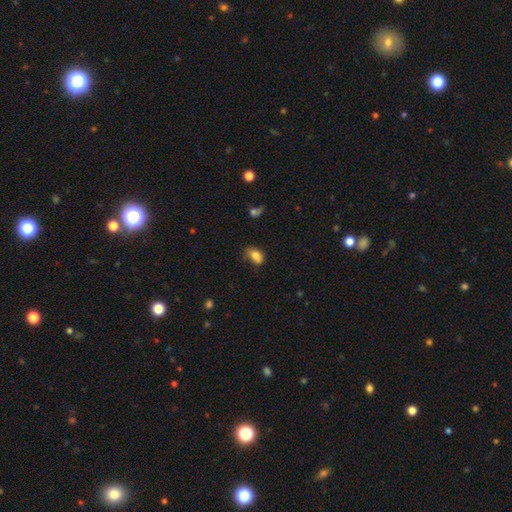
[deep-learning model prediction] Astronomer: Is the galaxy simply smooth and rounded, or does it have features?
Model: smooth — 79%.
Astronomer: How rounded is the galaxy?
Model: in between — 85%.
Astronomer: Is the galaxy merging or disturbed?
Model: none — 54% (runner-up: minor disturbance, 33%).